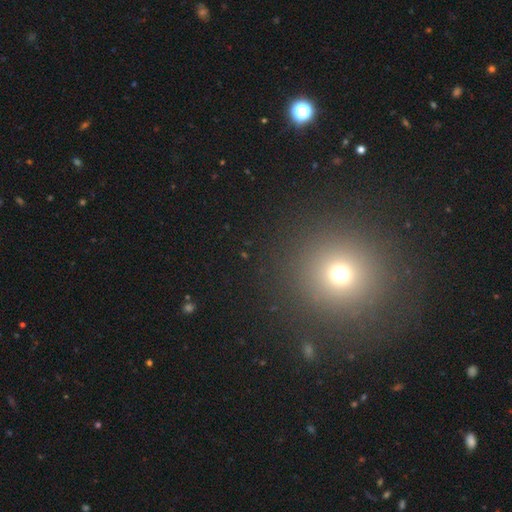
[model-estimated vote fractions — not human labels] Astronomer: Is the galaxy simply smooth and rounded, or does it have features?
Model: smooth — 58% (runner-up: star or artifact, 36%).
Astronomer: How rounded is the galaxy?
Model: round — 94%.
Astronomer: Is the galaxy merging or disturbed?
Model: none — 92%.